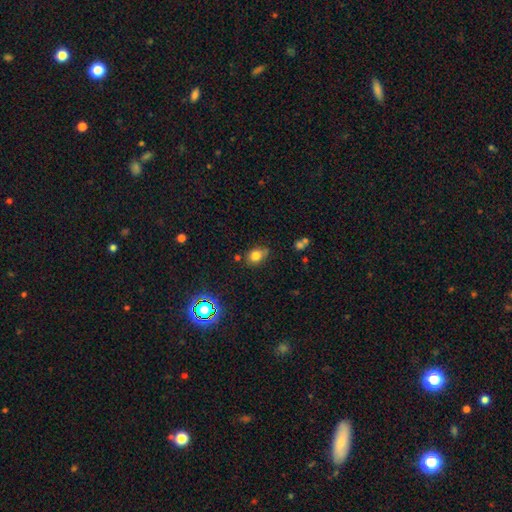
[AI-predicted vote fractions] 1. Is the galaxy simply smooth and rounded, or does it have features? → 76% smooth, 15% star or artifact, 9% featured or disk.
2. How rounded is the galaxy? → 54% in between, 45% round, 1% cigar-shaped.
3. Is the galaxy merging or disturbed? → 65% none, 24% minor disturbance, 6% merger, 5% major disturbance.